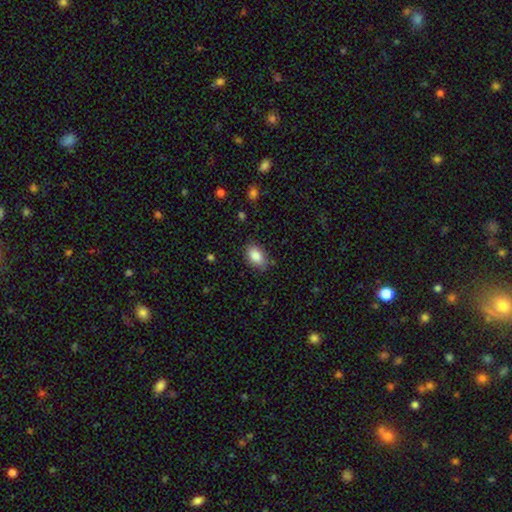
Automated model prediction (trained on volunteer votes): Smooth or featured: smooth — 86% (star or artifact — 8%)
How rounded: in between — 87% (round — 12%)
Merging: none — 80% (minor disturbance — 15%)